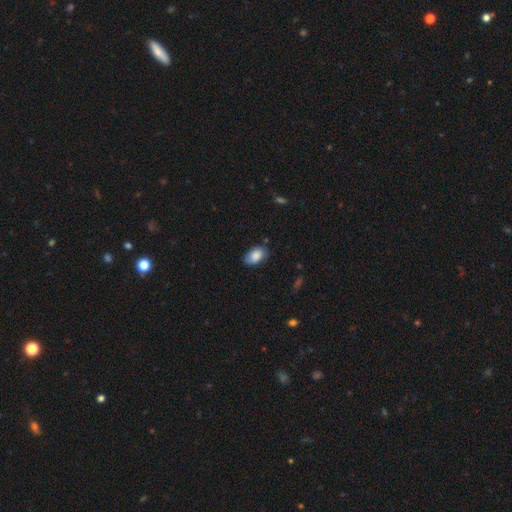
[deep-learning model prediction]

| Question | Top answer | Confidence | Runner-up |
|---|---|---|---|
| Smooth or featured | smooth | 86% | featured or disk (7%) |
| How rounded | in between | 91% | round (8%) |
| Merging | none | 77% | minor disturbance (18%) |